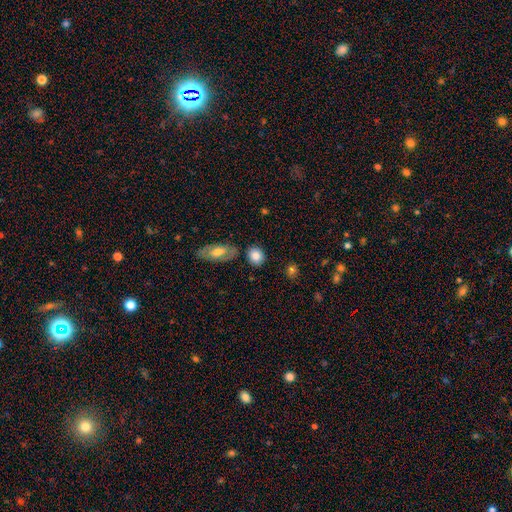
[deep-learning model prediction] A smooth galaxy with no disk features (83%) that is round (63%).

Vote fractions:
- Smooth or featured? smooth: 83% / featured or disk: 9% / star or artifact: 7%
- How rounded? round: 63% / in between: 36% / cigar-shaped: 2%
- Merging? none: 78% / minor disturbance: 13% / merger: 6% / major disturbance: 3%